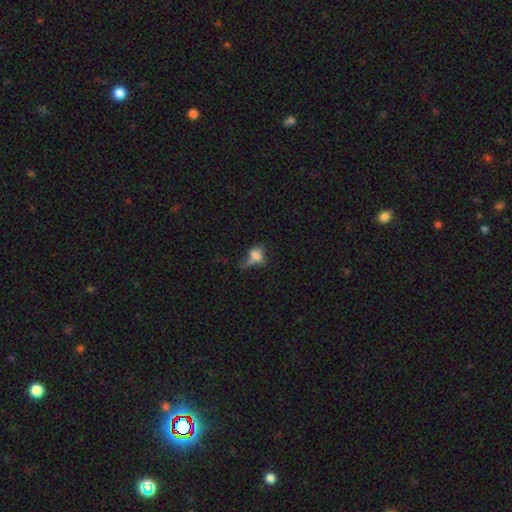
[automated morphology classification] smooth 61%, featured or disk 25%, star or artifact 15%. Down the decision tree: how rounded — in between (69%); merging — major disturbance (42%).